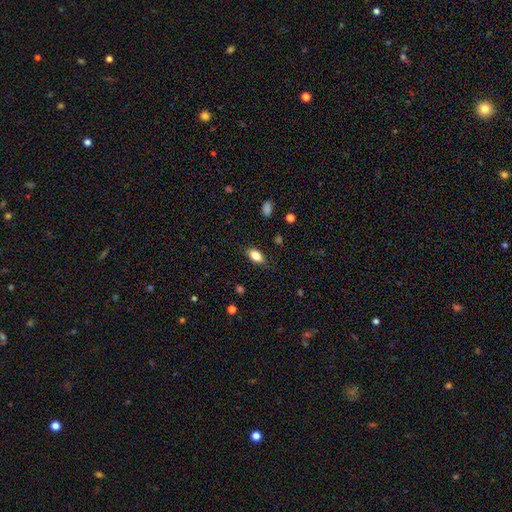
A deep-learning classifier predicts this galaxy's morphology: A smooth galaxy with no disk features (82%) that is in between round and cigar-shaped (88%).

Vote fractions:
- Smooth or featured? smooth: 82% / featured or disk: 9% / star or artifact: 8%
- How rounded? in between: 88% / round: 6% / cigar-shaped: 6%
- Merging? none: 83% / minor disturbance: 13% / major disturbance: 3% / merger: 1%